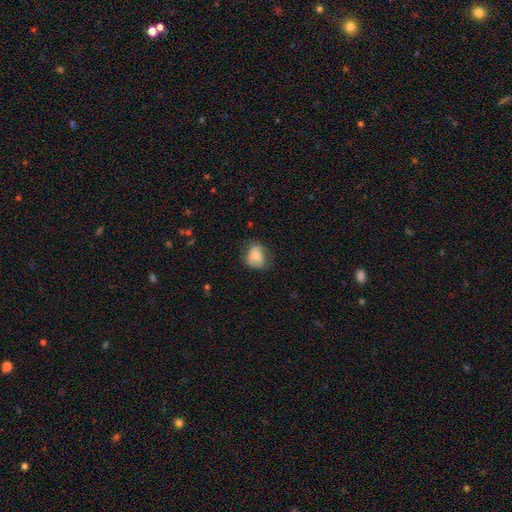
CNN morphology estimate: Overall: smooth (72%). How rounded: in between (50%; round 49%). Merging: none (59%; minor disturbance 29%).